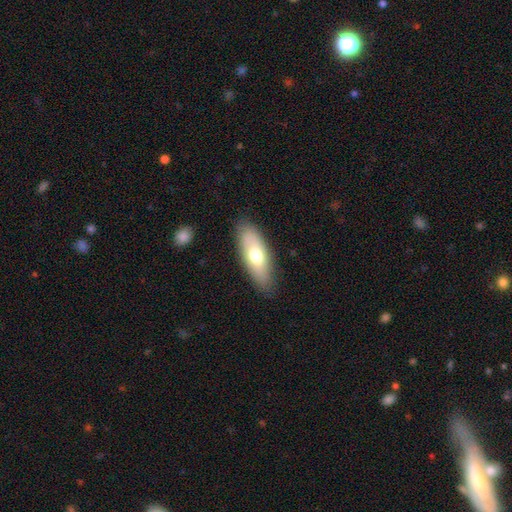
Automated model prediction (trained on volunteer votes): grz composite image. It shows a smooth galaxy with no disk features (66%) that is in between round and cigar-shaped (70%). Merging: none (85%).